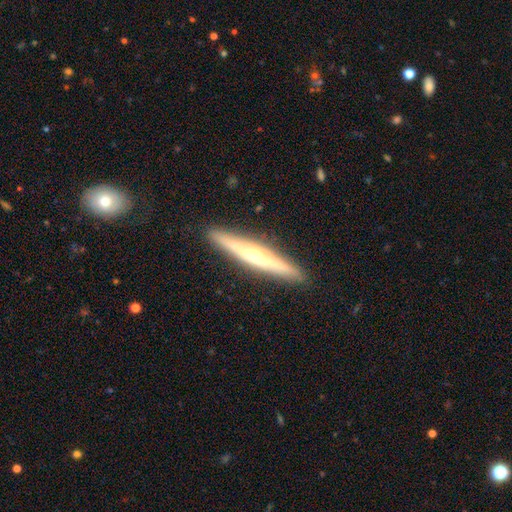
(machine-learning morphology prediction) A featured or disk galaxy (66%) viewed edge-on (95%) with a rounded central bulge (83%).

Vote fractions:
- Smooth or featured? featured or disk: 66% / smooth: 28% / star or artifact: 6%
- Edge-on disk? yes: 95% / no: 5%
- Edge-on bulge? rounded: 83% / none: 14% / boxy: 4%
- Merging? none: 91% / minor disturbance: 6% / major disturbance: 1% / merger: 1%